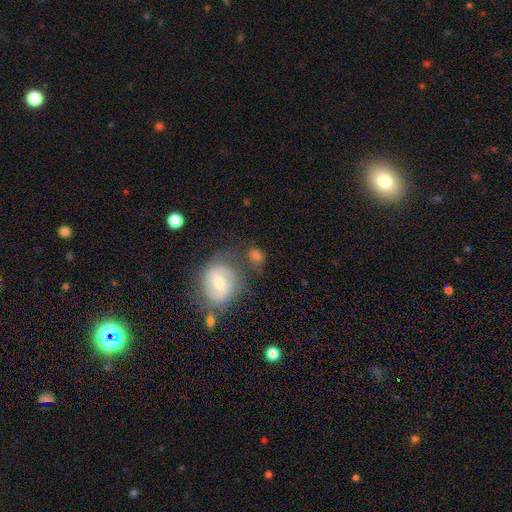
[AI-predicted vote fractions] smooth-or-featured: smooth: 57% | featured or disk: 32% | star or artifact: 11%
  how-rounded: round: 53% | in between: 45% | cigar-shaped: 2%
  merging: none: 56% | minor disturbance: 20% | merger: 13% | major disturbance: 10%